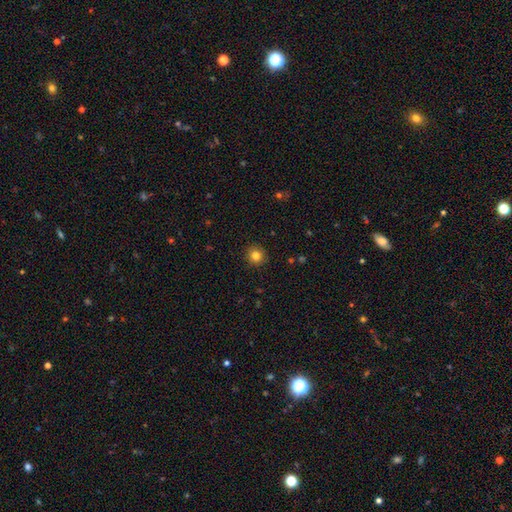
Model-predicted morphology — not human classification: A smooth galaxy with no disk features (82%) that is round (91%). Merging: none (91%).